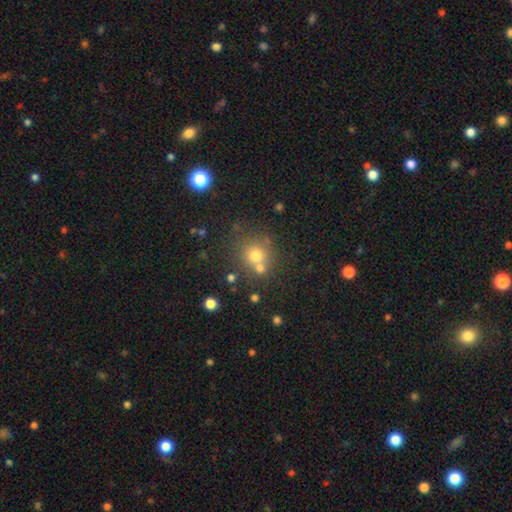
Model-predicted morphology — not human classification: A smooth galaxy with no disk features (70%) that is round (88%). Merging: none (59%).